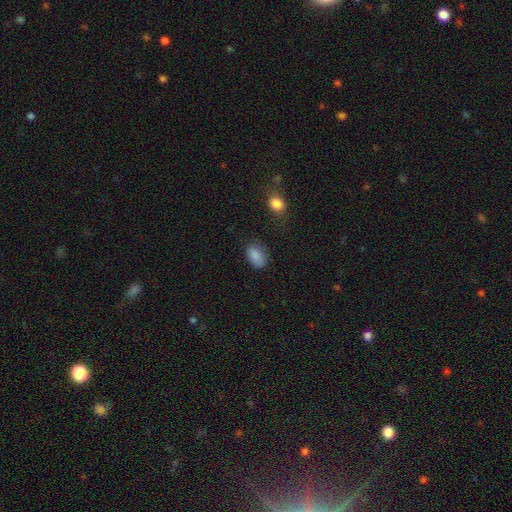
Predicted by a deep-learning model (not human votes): smooth_or_featured: smooth (p=0.86) [alt: star or artifact p=0.09]
how_rounded: in between (p=0.88) [alt: round p=0.10]
merging: none (p=0.70) [alt: minor disturbance p=0.22]